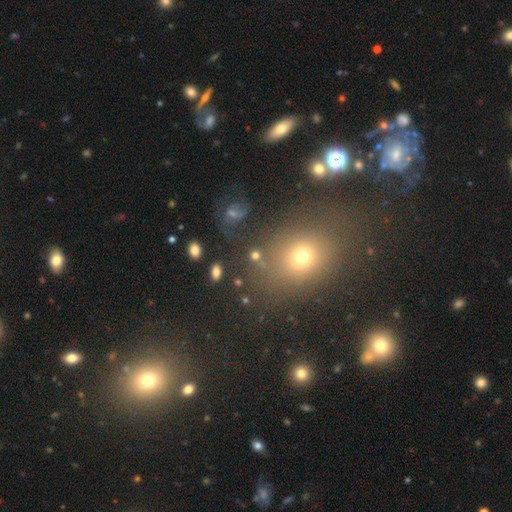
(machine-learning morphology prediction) This is likely a smooth galaxy (67%). How rounded: likely round (60%). Merging: likely none (69%).